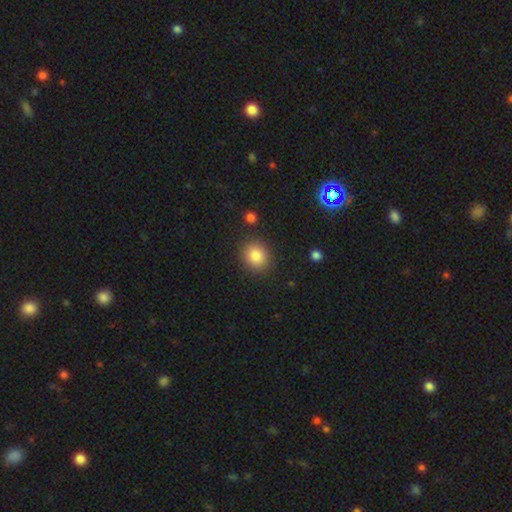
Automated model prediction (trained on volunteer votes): This is clearly a smooth galaxy (85%). How rounded: likely round (78%). Merging: clearly none (88%).